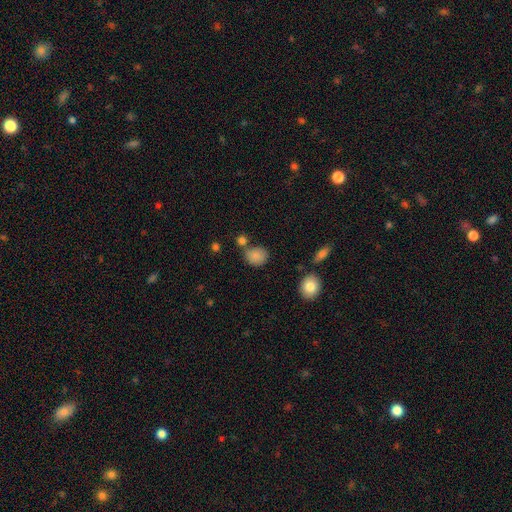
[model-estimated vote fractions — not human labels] A smooth galaxy with no disk features (84%) that is round (71%). Merging: none (66%).